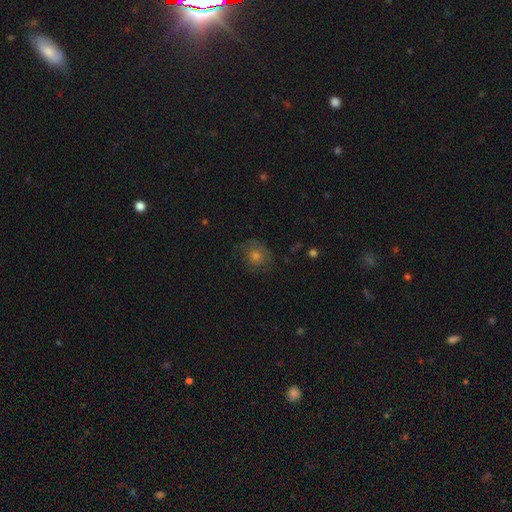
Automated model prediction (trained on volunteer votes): Smooth or featured: smooth — 51% (featured or disk — 31%)
How rounded: round — 77% (in between — 22%)
Merging: none — 66% (minor disturbance — 20%)